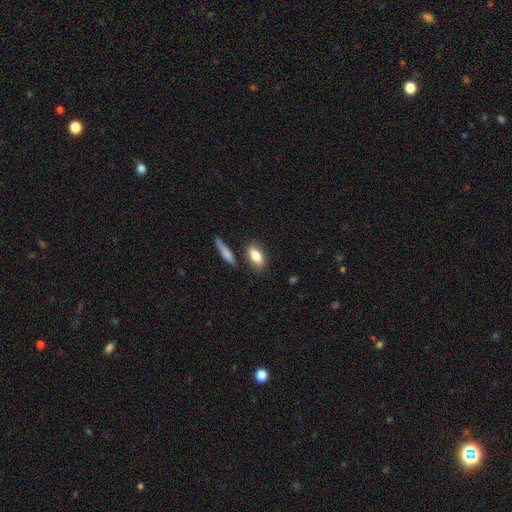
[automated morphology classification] Q: Smooth or featured?
A: smooth (82%); runner-up: featured or disk (11%)
Q: How rounded?
A: in between (82%); runner-up: cigar-shaped (13%)
Q: Merging?
A: none (76%); runner-up: minor disturbance (13%)